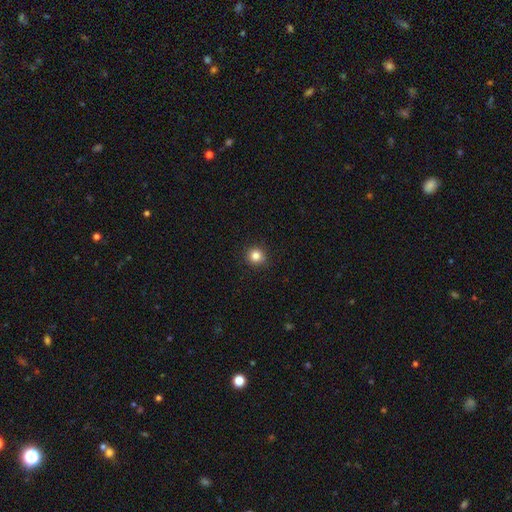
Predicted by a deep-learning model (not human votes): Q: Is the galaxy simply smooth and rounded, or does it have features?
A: smooth — 83%.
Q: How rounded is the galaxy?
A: round — 93%.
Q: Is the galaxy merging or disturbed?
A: none — 92%.